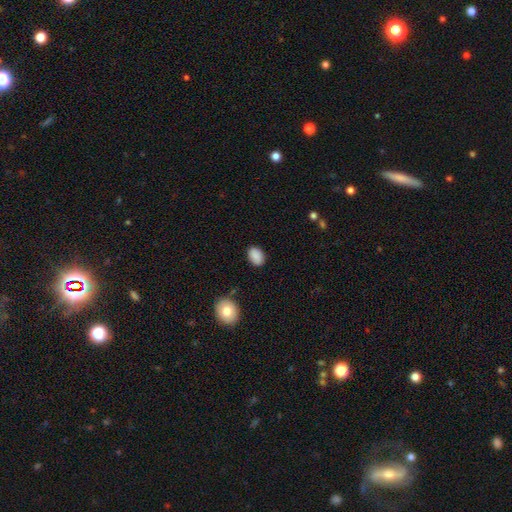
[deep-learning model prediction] Overall: smooth (89%). How rounded: in between (81%). Merging: none (86%).